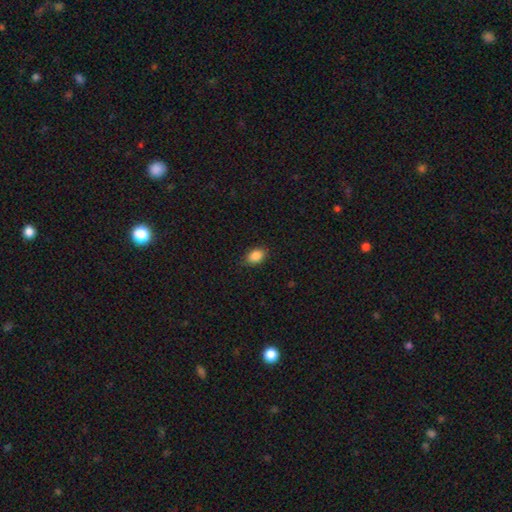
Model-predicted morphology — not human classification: smooth_or_featured: smooth (p=0.88) [alt: star or artifact p=0.09]
how_rounded: in between (p=0.77) [alt: round p=0.22]
merging: none (p=0.85) [alt: minor disturbance p=0.12]